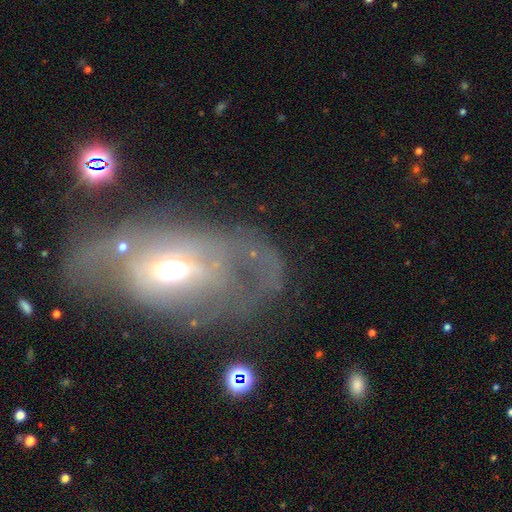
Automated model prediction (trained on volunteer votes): Morphology: type=featured or disk (70%); edge-on=no (91%); bar=no (50%); spiral arms=yes (55%); bulge=moderate (67%); merging=none (47%).